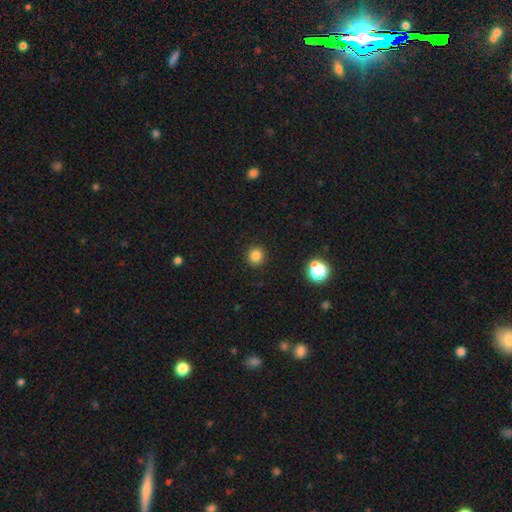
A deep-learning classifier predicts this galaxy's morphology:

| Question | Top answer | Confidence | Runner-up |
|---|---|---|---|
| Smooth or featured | smooth | 82% | star or artifact (14%) |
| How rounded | round | 91% | in between (8%) |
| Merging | none | 92% | minor disturbance (5%) |